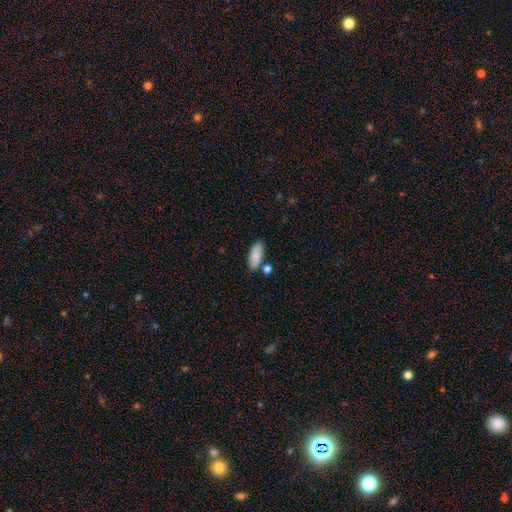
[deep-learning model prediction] This appears to be a smooth galaxy with no disk features (87%) that is in between round and cigar-shaped (80%). Merging: none (77%).